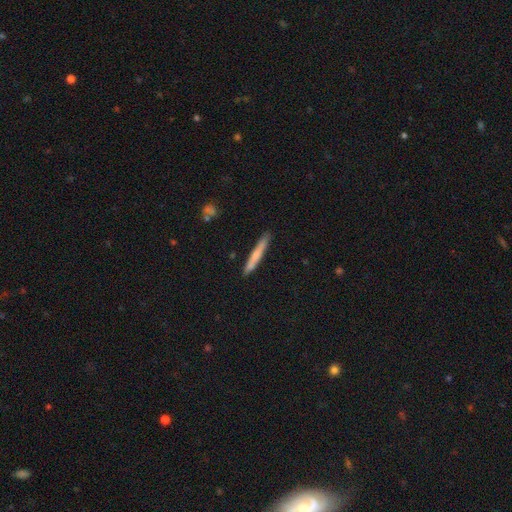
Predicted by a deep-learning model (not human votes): This is likely a smooth galaxy (65%). How rounded: clearly cigar-shaped (96%). Merging: clearly none (87%).